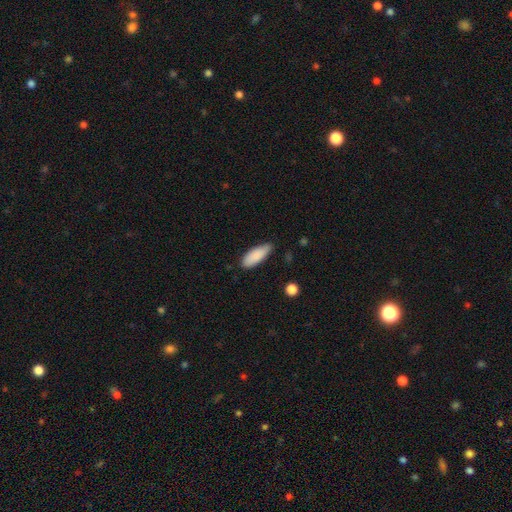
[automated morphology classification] Overall: smooth (87%). How rounded: in between (74%). Merging: none (69%).